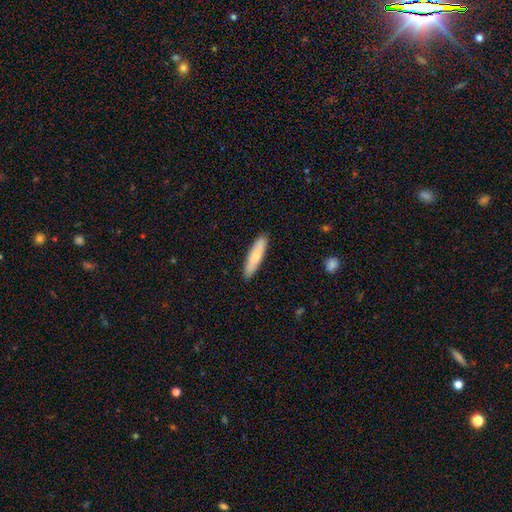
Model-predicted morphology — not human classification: This is likely a smooth galaxy (73%). How rounded: clearly cigar-shaped (82%). Merging: clearly none (90%).